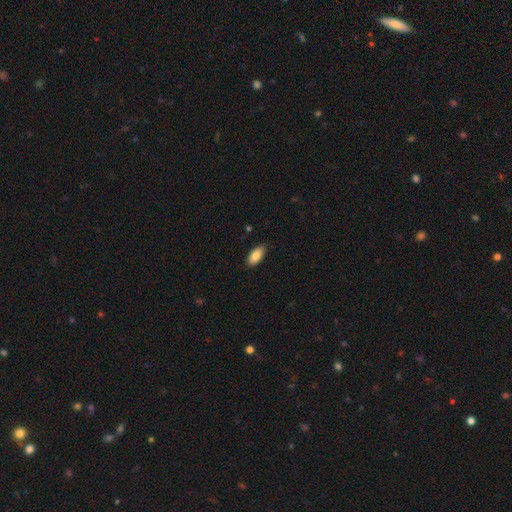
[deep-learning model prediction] A smooth galaxy with no disk features (85%) that is in between round and cigar-shaped (91%).

Vote fractions:
- Smooth or featured? smooth: 85% / featured or disk: 8% / star or artifact: 7%
- How rounded? in between: 91% / cigar-shaped: 7% / round: 2%
- Merging? none: 87% / minor disturbance: 10% / major disturbance: 2% / merger: 1%